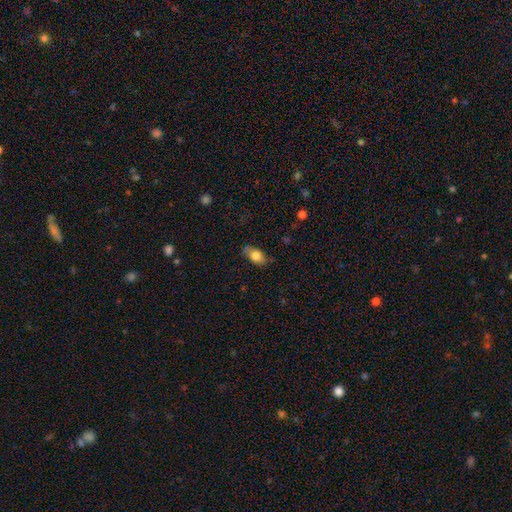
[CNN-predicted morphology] A smooth galaxy with no disk features (79%) that is in between round and cigar-shaped (85%).

Vote fractions:
- Smooth or featured? smooth: 79% / featured or disk: 13% / star or artifact: 8%
- How rounded? in between: 85% / round: 12% / cigar-shaped: 3%
- Merging? none: 69% / minor disturbance: 23% / major disturbance: 6% / merger: 2%